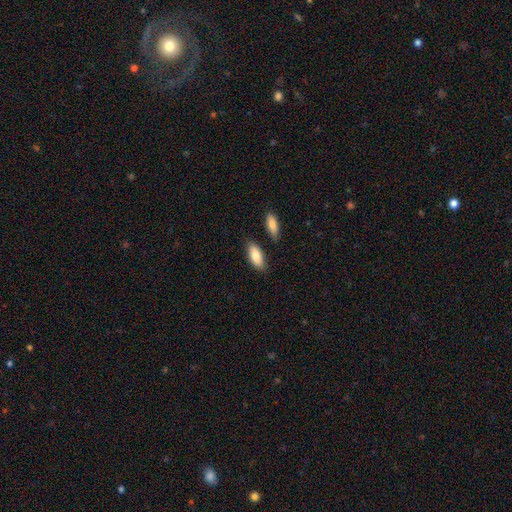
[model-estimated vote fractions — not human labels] A smooth galaxy with no disk features (84%) that is in between round and cigar-shaped (86%).

Vote fractions:
- Smooth or featured? smooth: 84% / featured or disk: 10% / star or artifact: 6%
- How rounded? in between: 86% / cigar-shaped: 12% / round: 2%
- Merging? none: 81% / minor disturbance: 11% / merger: 5% / major disturbance: 2%